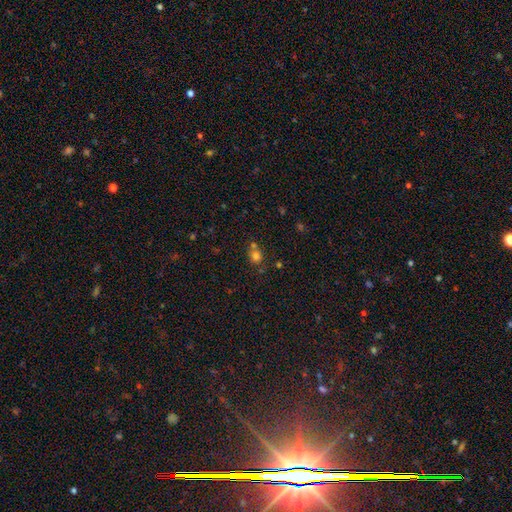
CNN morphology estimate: A smooth galaxy with no disk features (73%) that is round (79%). Merging: none (51%).